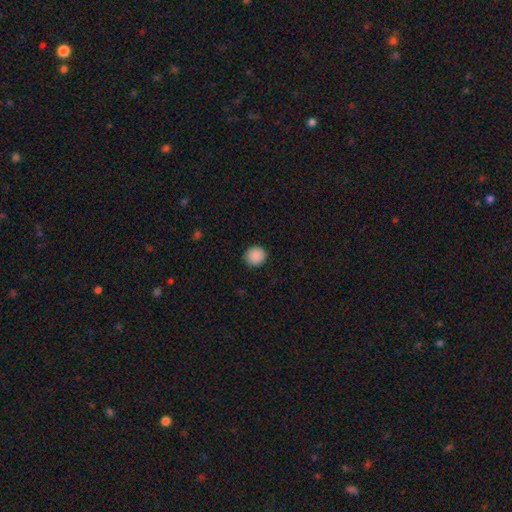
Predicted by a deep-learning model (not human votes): Q: Smooth or featured?
A: smooth (89%); runner-up: star or artifact (8%)
Q: How rounded?
A: round (86%); runner-up: in between (14%)
Q: Merging?
A: none (90%); runner-up: minor disturbance (7%)